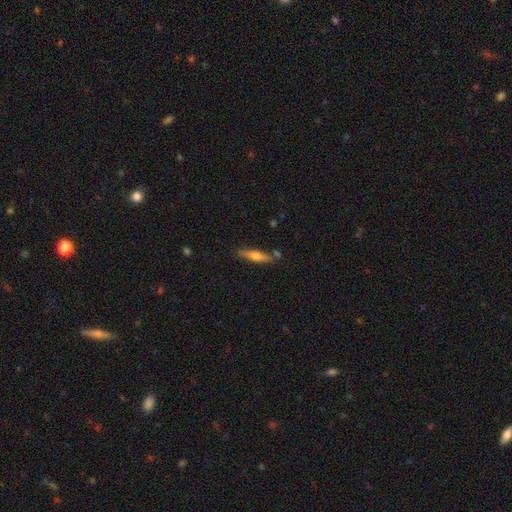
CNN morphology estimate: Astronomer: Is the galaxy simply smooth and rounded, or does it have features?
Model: featured or disk — 53% (runner-up: smooth, 40%).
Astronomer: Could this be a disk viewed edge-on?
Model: yes — 94%.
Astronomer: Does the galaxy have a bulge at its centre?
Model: rounded — 88%.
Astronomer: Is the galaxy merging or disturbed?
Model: none — 80%.